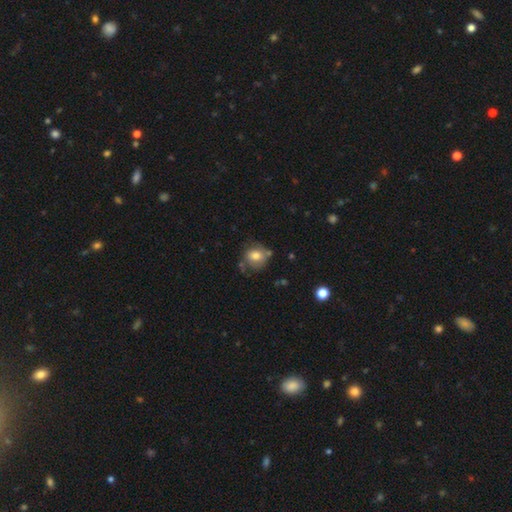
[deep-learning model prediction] This is likely a smooth galaxy (74%). How rounded: likely round (73%). Merging: likely none (62%).